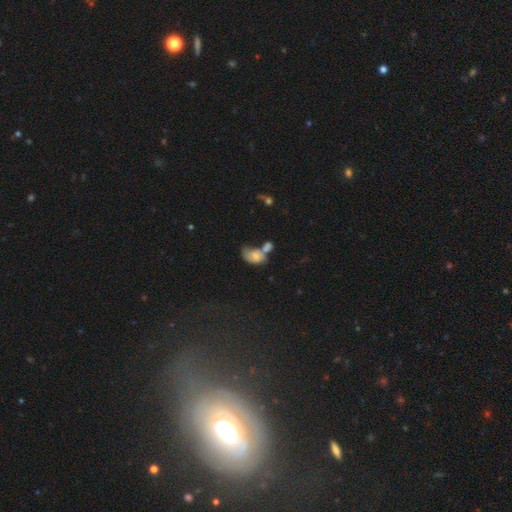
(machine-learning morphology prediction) Q: Smooth or featured?
A: smooth (58%); runner-up: featured or disk (30%)
Q: How rounded?
A: in between (84%); runner-up: round (15%)
Q: Merging?
A: merger (51%); runner-up: none (18%)